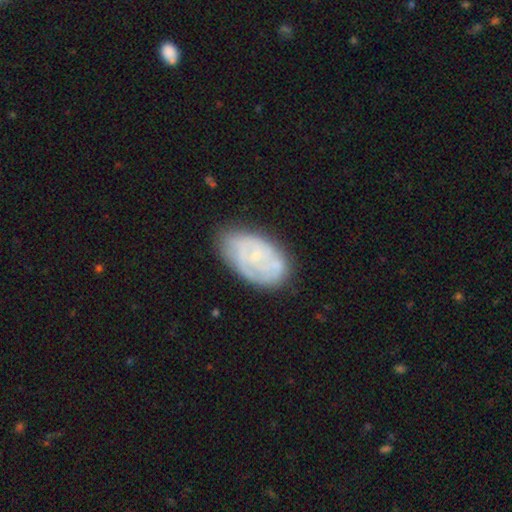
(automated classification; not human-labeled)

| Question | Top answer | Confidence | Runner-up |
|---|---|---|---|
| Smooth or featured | featured or disk | 62% | smooth (30%) |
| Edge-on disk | no | 96% | yes (4%) |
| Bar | no | 76% | weak (21%) |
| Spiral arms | yes | 65% | no (35%) |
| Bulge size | small | 73% | moderate (17%) |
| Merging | none | 63% | minor disturbance (26%) |